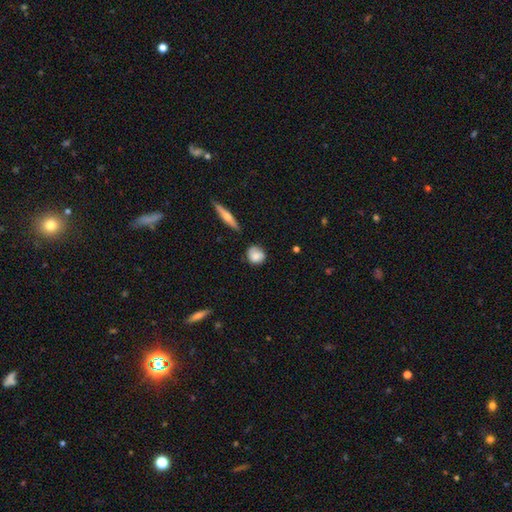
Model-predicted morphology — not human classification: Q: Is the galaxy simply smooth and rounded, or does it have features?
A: smooth — 79%.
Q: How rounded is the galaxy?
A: round — 75%.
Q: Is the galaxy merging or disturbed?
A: none — 68%.